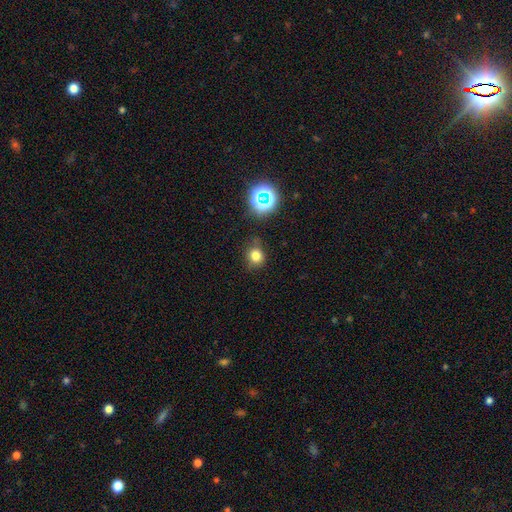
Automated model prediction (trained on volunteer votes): Overall: smooth (75%). How rounded: round (76%). Merging: none (73%).